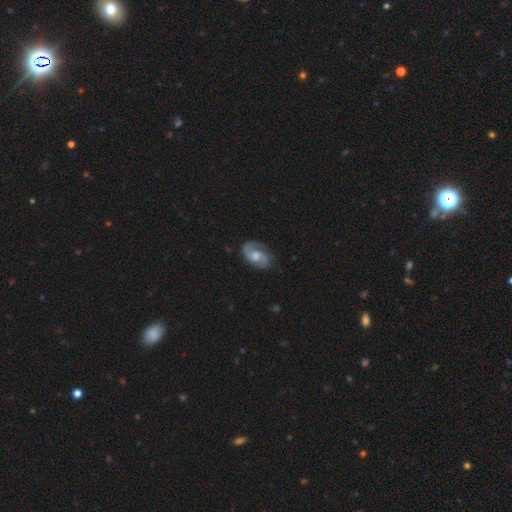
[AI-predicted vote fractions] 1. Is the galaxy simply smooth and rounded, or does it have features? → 86% featured or disk, 9% smooth, 5% star or artifact.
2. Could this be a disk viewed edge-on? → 98% no, 2% yes.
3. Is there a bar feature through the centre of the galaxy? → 56% no, 38% weak, 6% strong.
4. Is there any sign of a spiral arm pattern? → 97% yes, 3% no.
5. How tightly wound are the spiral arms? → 55% medium, 26% tight, 19% loose.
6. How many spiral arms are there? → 90% 2, 4% 1, 3% can't tell, 1% 3, 1% 4, 1% more than 4.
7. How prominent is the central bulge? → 55% moderate, 19% small, 16% large, 8% none, 1% dominant.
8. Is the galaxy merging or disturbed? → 77% none, 16% minor disturbance, 5% major disturbance, 1% merger.